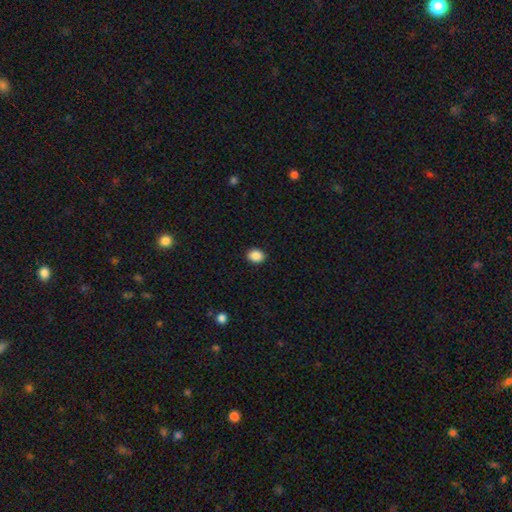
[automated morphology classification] Smooth or featured? smooth (88%)
How rounded? in between (52%)
Merging? none (91%)